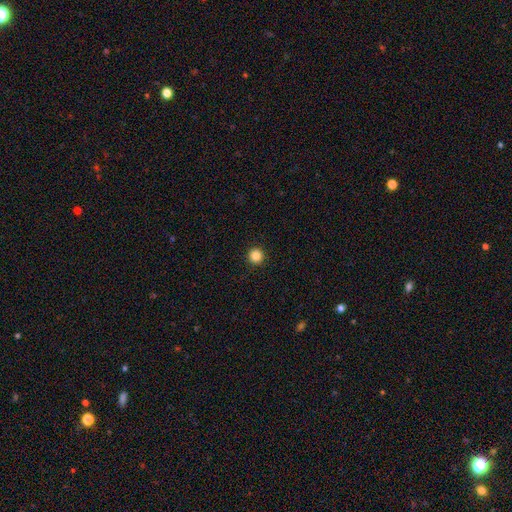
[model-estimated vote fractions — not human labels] A smooth galaxy with no disk features (85%) that is round (96%).

Vote fractions:
- Smooth or featured? smooth: 85% / star or artifact: 11% / featured or disk: 3%
- How rounded? round: 96% / in between: 3% / cigar-shaped: 1%
- Merging? none: 94% / minor disturbance: 4% / major disturbance: 1% / merger: 1%